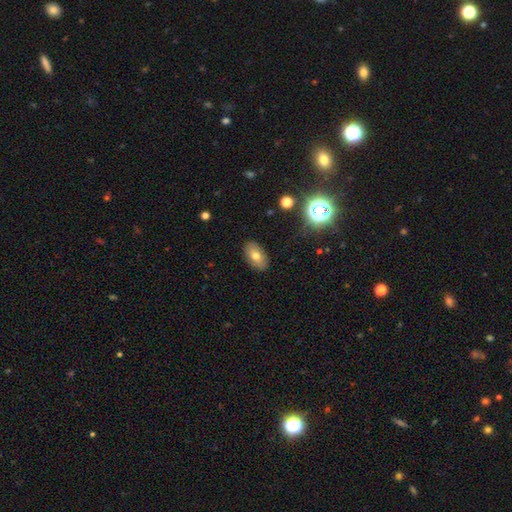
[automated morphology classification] Smooth or featured? smooth (70%)
How rounded? in between (90%)
Merging? none (86%)